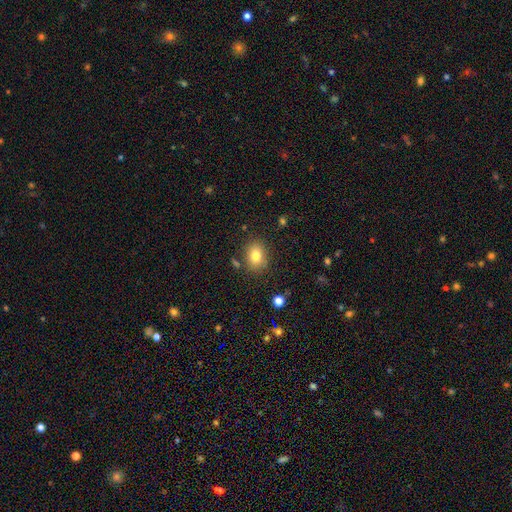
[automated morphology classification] The model was most divided on "how rounded": in between: 57%, round: 42%, cigar-shaped: 1%. More confident: merging — none (81%); smooth or featured — smooth (79%).